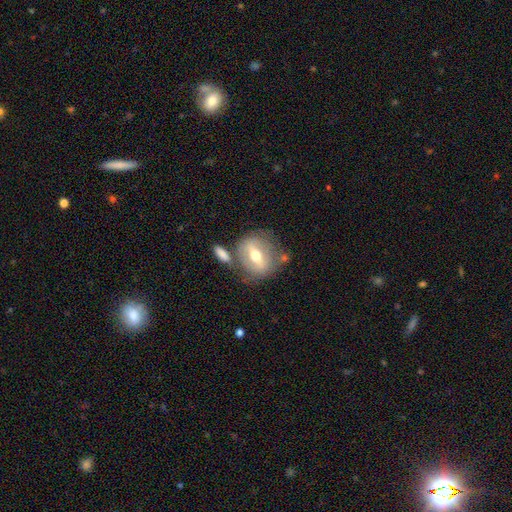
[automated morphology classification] Smooth or featured: featured or disk — 55% (smooth — 38%)
Edge-on disk: no — 77% (yes — 23%)
Merging: none — 62% (minor disturbance — 16%)